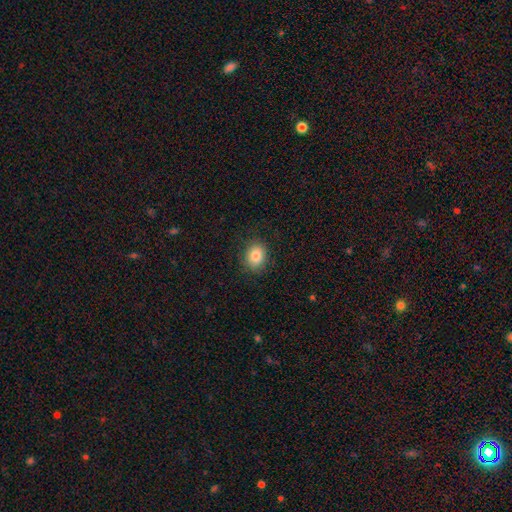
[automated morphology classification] smooth 83%, star or artifact 9%, featured or disk 7%. Down the decision tree: how rounded — round (54%); merging — none (86%).